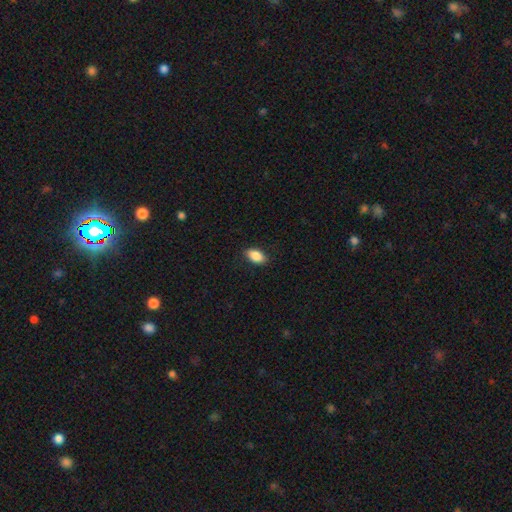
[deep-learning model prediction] Smooth or featured: smooth — 88% (star or artifact — 7%)
How rounded: in between — 91% (round — 7%)
Merging: none — 86% (minor disturbance — 11%)